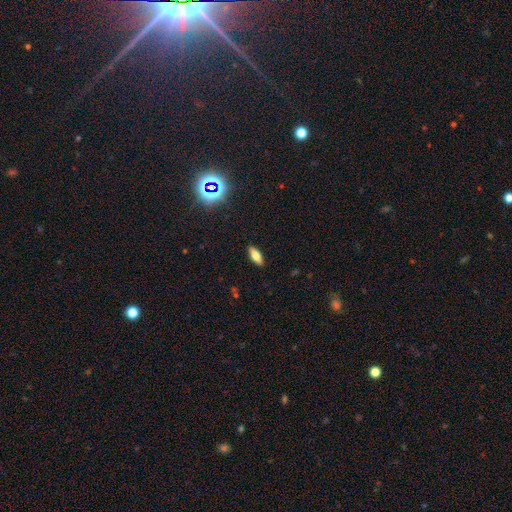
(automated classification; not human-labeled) Overall: smooth (68%). How rounded: in between (74%). Merging: none (89%).